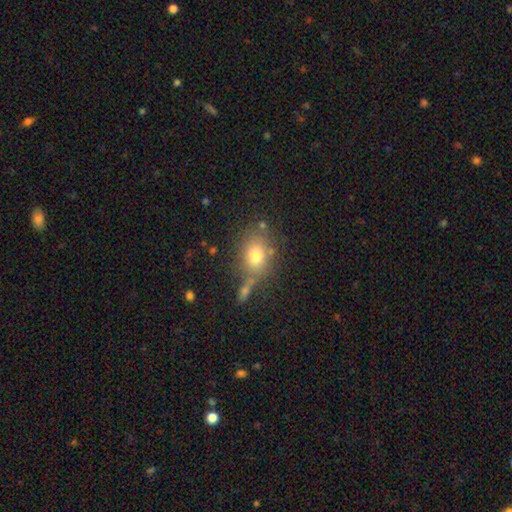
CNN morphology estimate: A smooth galaxy with no disk features (74%) that is in between round and cigar-shaped (60%).

Vote fractions:
- Smooth or featured? smooth: 74% / featured or disk: 13% / star or artifact: 12%
- How rounded? in between: 60% / round: 38% / cigar-shaped: 2%
- Merging? none: 67% / minor disturbance: 15% / merger: 12% / major disturbance: 6%